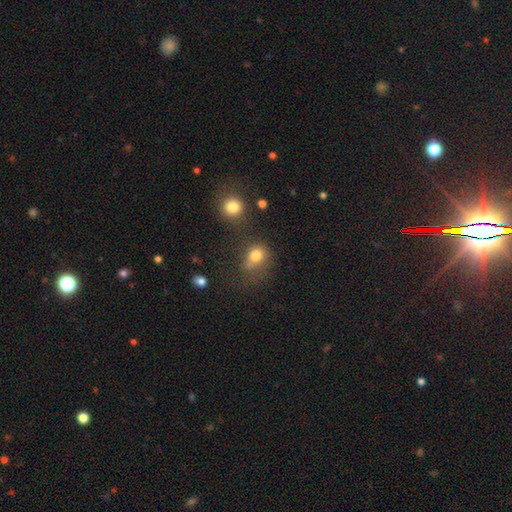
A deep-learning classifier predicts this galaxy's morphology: This is likely a smooth galaxy (78%). How rounded: possibly in between (51%). Merging: possibly none (47%).